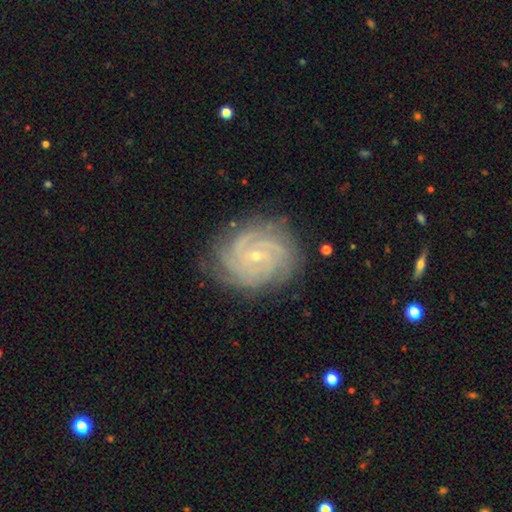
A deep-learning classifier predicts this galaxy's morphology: Smooth or featured: featured or disk — 89% (star or artifact — 6%)
Edge-on disk: no — 98% (yes — 2%)
Bar: no — 59% (weak — 32%)
Spiral arms: yes — 98% (no — 2%)
Spiral winding: tight — 78% (medium — 19%)
Spiral arm count: 4 — 29% (3 — 23%)
Bulge size: small — 83% (moderate — 14%)
Merging: none — 82% (minor disturbance — 13%)